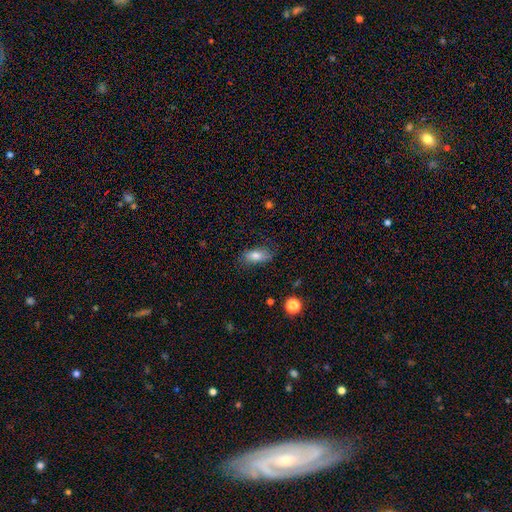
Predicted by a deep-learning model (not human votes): Morphology: type=smooth (79%); roundness=in between (83%); merging=none (77%).